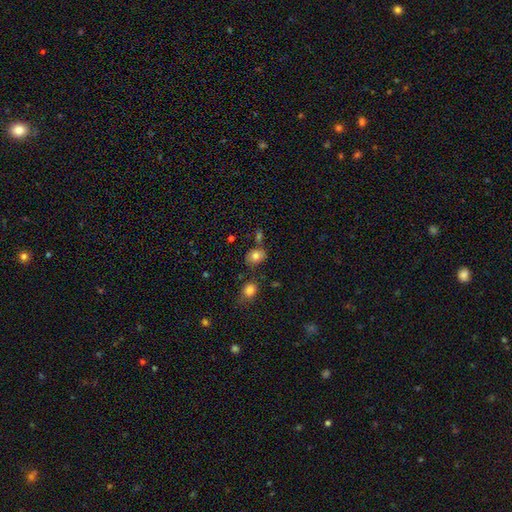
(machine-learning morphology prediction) smooth_or_featured: smooth (p=0.79) [alt: featured or disk p=0.12]
how_rounded: in between (p=0.58) [alt: round p=0.41]
merging: none (p=0.63) [alt: minor disturbance p=0.19]